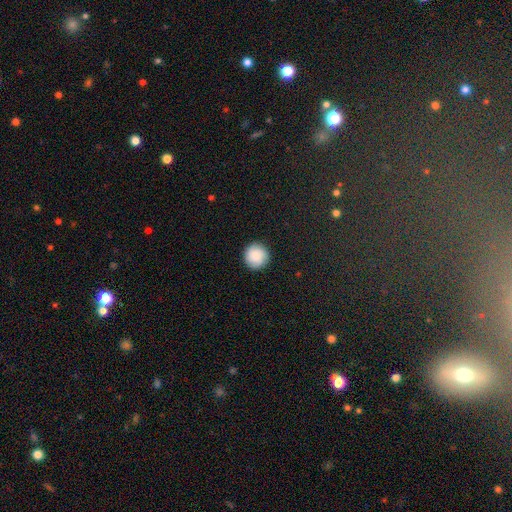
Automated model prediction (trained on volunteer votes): smooth-or-featured: smooth: 83% | featured or disk: 9% | star or artifact: 8%
  how-rounded: round: 96% | in between: 3% | cigar-shaped: 1%
  merging: none: 90% | minor disturbance: 7% | major disturbance: 2% | merger: 1%